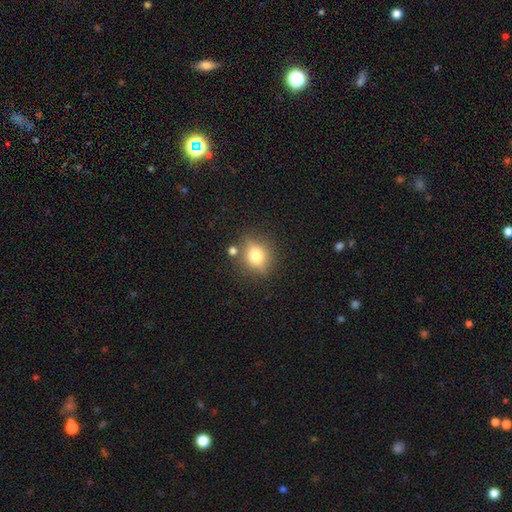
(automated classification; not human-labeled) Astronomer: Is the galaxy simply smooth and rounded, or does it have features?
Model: smooth — 69%.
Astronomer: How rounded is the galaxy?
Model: round — 67%.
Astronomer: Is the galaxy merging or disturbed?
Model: none — 77%.